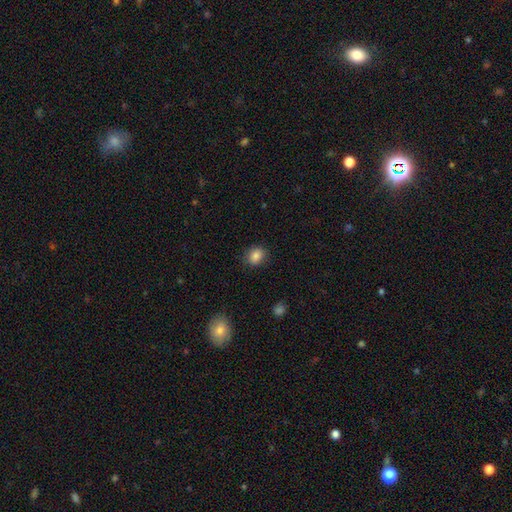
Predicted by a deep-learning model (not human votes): Morphology: type=smooth (85%); roundness=round (52%); merging=none (84%).